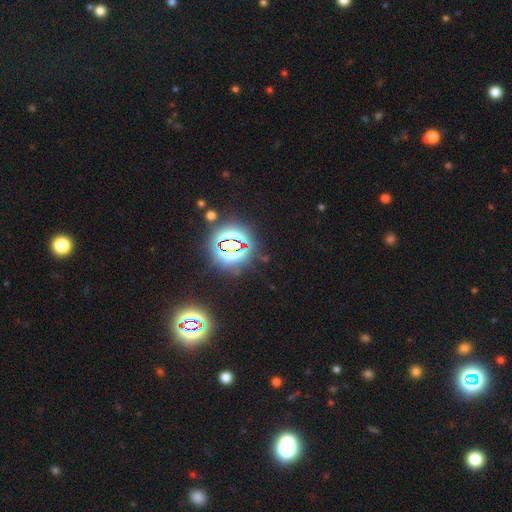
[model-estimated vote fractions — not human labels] This is likely a star or artifact rather than a galaxy (80%).